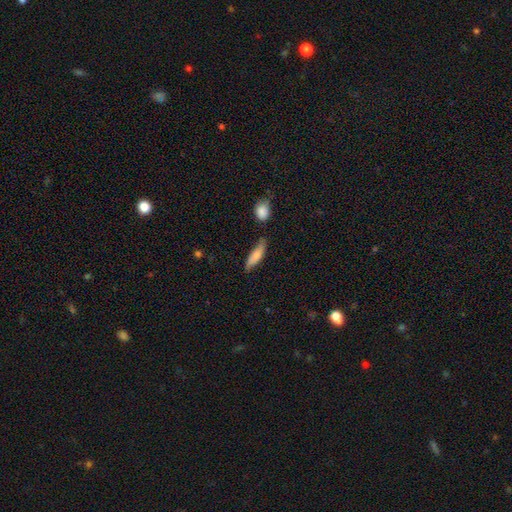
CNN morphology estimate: A smooth galaxy with no disk features (75%) that is cigar-shaped (53%).

Vote fractions:
- Smooth or featured? smooth: 75% / featured or disk: 19% / star or artifact: 6%
- How rounded? cigar-shaped: 53% / in between: 44% / round: 2%
- Merging? none: 62% / minor disturbance: 24% / merger: 8% / major disturbance: 5%